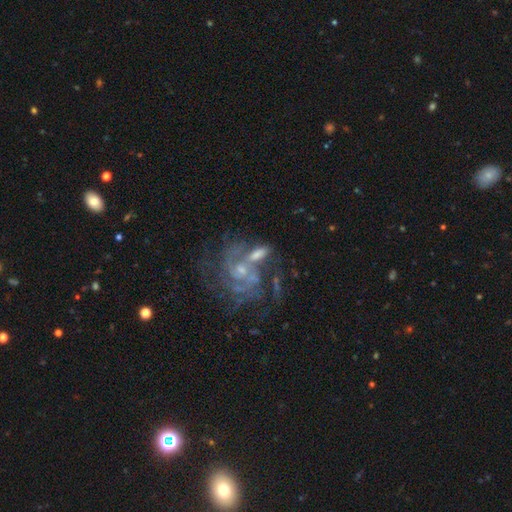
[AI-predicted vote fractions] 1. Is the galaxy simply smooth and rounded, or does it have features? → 83% featured or disk, 9% star or artifact, 8% smooth.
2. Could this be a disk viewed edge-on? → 97% no, 3% yes.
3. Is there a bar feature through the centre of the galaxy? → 65% no, 29% weak, 7% strong.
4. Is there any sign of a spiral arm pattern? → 90% yes, 10% no.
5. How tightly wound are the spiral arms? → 48% tight, 39% medium, 12% loose.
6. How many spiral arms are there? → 33% can't tell, 27% 2, 20% 3, 8% 4, 6% 1, 6% more than 4.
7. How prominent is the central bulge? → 59% small, 31% moderate, 7% none, 2% large, 1% dominant.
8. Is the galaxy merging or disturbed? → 35% none (tied), 35% merger (tied), 16% major disturbance, 14% minor disturbance.